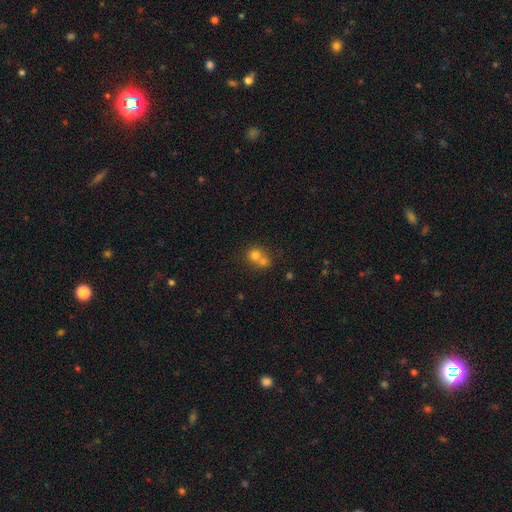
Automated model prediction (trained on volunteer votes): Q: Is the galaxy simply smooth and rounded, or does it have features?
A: smooth — 72%.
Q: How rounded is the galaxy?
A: round — 80%.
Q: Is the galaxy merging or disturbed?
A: merger — 60%.